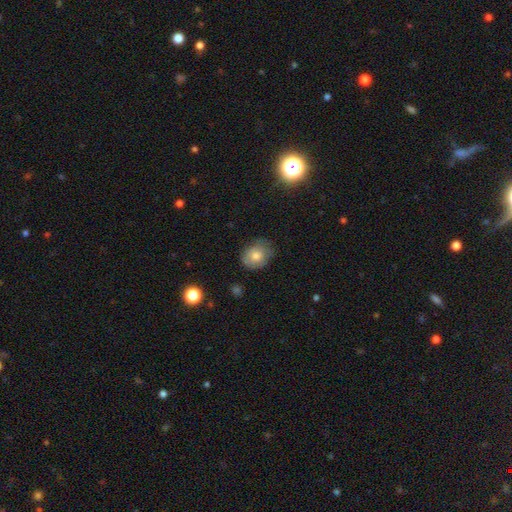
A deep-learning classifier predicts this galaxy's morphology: Smooth or featured? smooth (73%)
How rounded? in between (52%)
Merging? none (70%)